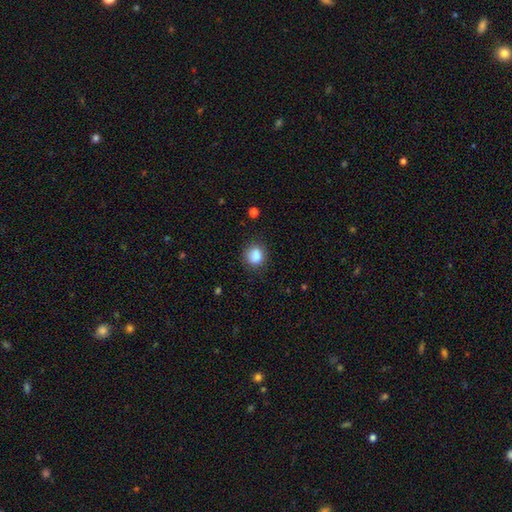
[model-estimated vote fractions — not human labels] This appears to be a smooth galaxy with no disk features (85%) that is round (72%). Merging: none (76%).